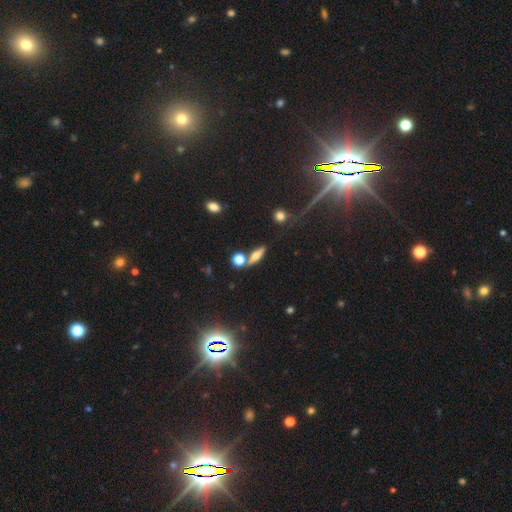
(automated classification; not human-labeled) smooth 48%, featured or disk 40%, star or artifact 12%. Down the decision tree: merging — none (70%).